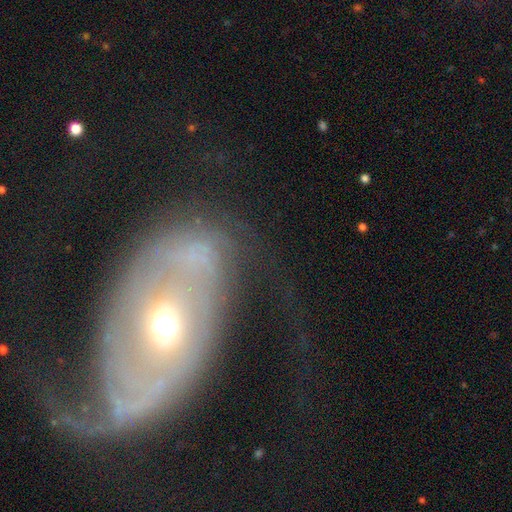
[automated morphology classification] Smooth or featured?
  - featured or disk: 68% *
  - smooth: 21%
  - star or artifact: 10%
Edge-on disk?
  - no: 92% *
  - yes: 8%
Bar?
  - no: 68% *
  - weak: 22%
  - strong: 10%
Spiral arms?
  - yes: 58% *
  - no: 42%
Bulge size?
  - moderate: 65% *
  - small: 27%
  - large: 6%
  - dominant: 2%
  - none: 1%
Merging?
  - none: 54% *
  - major disturbance: 22%
  - minor disturbance: 20%
  - merger: 4%